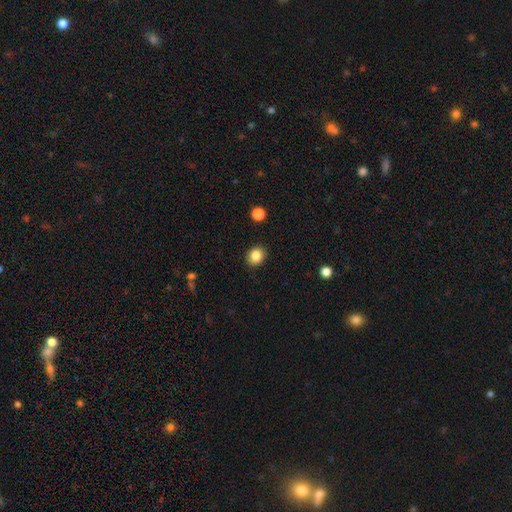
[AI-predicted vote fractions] smooth-or-featured: smooth: 85% | star or artifact: 10% | featured or disk: 5%
  how-rounded: round: 70% | in between: 29% | cigar-shaped: 1%
  merging: none: 89% | minor disturbance: 7% | major disturbance: 2% | merger: 1%